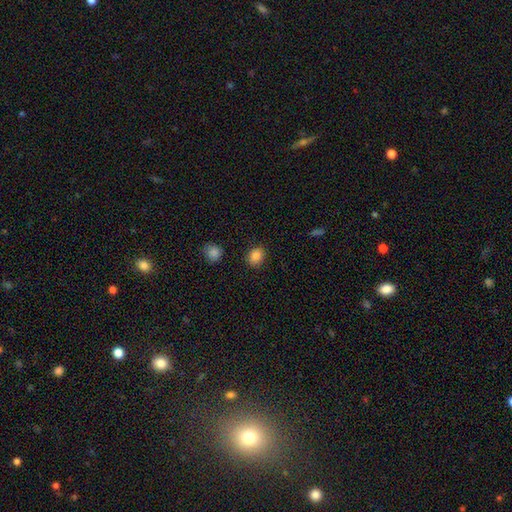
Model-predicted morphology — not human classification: Q: Smooth or featured?
A: smooth (85%); runner-up: star or artifact (10%)
Q: How rounded?
A: round (61%); runner-up: in between (38%)
Q: Merging?
A: none (86%); runner-up: minor disturbance (9%)